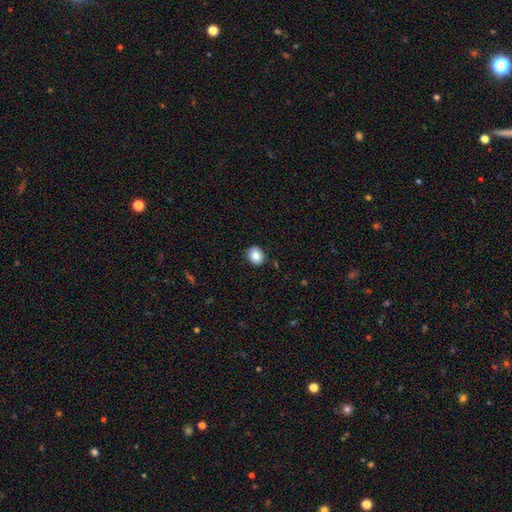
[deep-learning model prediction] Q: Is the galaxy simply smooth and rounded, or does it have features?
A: smooth — 85%.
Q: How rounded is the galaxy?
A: round — 61%.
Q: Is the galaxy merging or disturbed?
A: none — 88%.